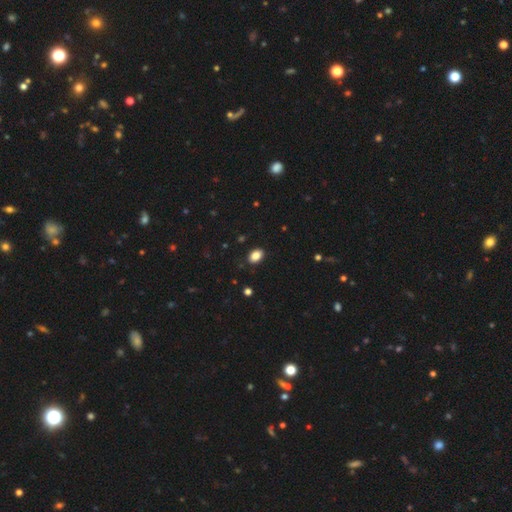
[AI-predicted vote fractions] Morphology: type=smooth (87%); roundness=in between (84%); merging=none (87%).